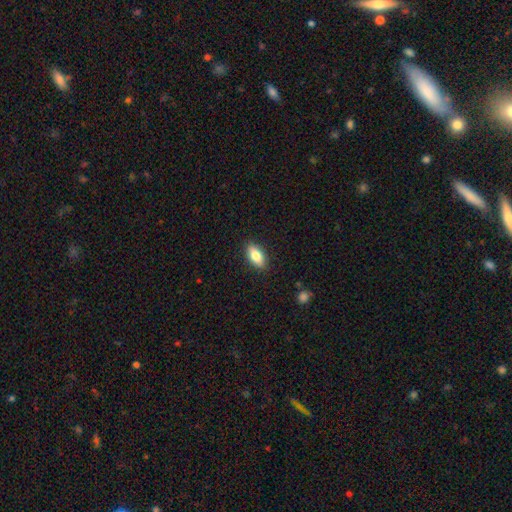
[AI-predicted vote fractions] Smooth or featured? smooth (78%)
How rounded? in between (85%)
Merging? none (89%)